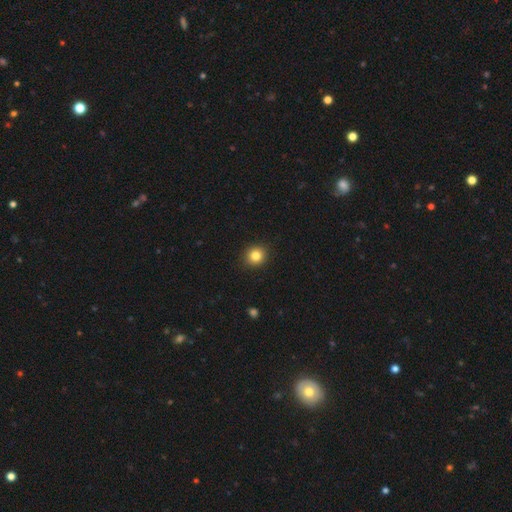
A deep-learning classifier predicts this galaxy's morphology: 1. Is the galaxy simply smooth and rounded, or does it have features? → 84% smooth, 11% star or artifact, 5% featured or disk.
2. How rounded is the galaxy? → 85% round, 14% in between, 1% cigar-shaped.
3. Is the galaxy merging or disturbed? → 92% none, 6% minor disturbance, 2% major disturbance, 1% merger.